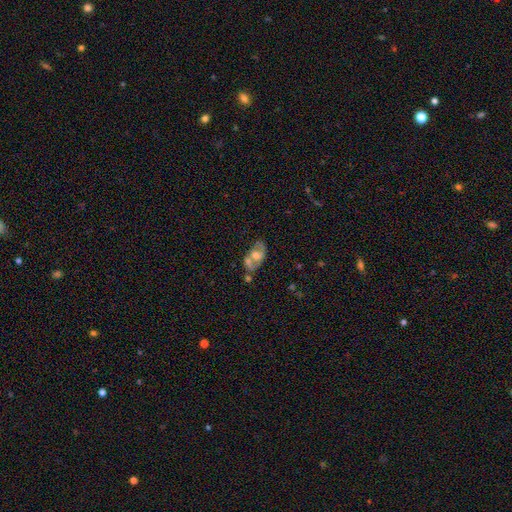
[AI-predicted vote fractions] This is likely a featured or disk galaxy (64%). It is clearly not viewed edge-on (91%). Bar: likely no (65%). Spiral arm pattern: possibly yes (52%). Central bulge: possibly moderate (60%). Merging: possibly none (56%).